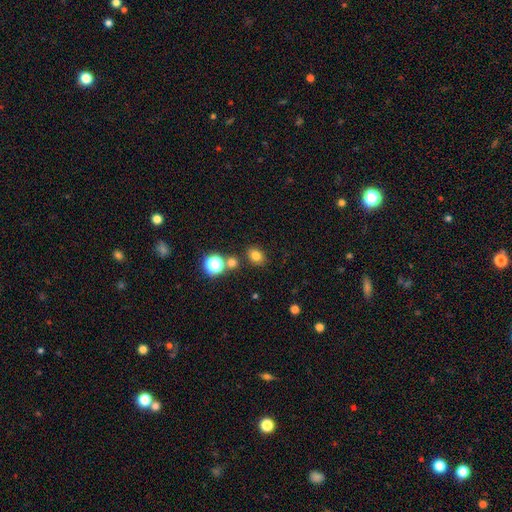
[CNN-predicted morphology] A smooth galaxy with no disk features (77%) that is round (52%).

Vote fractions:
- Smooth or featured? smooth: 77% / star or artifact: 17% / featured or disk: 6%
- How rounded? round: 52% / in between: 47% / cigar-shaped: 1%
- Merging? none: 80% / minor disturbance: 9% / merger: 7% / major disturbance: 3%